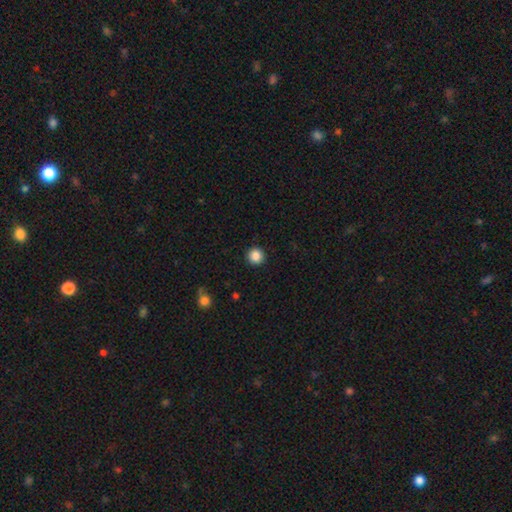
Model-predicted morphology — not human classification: smooth 87%, star or artifact 10%, featured or disk 3%. Down the decision tree: how rounded — round (95%); merging — none (92%).